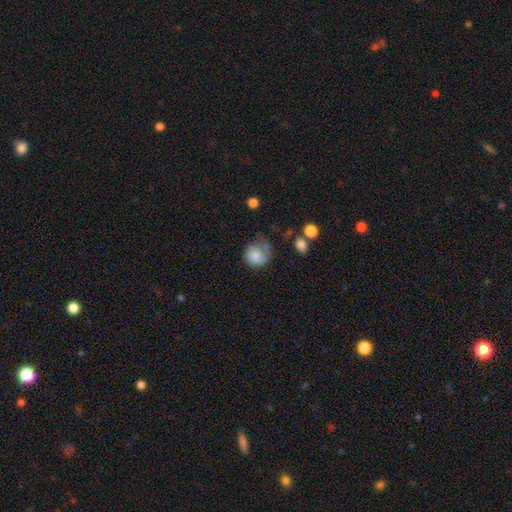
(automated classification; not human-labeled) A smooth galaxy with no disk features (77%) that is round (74%). Merging: none (37%).